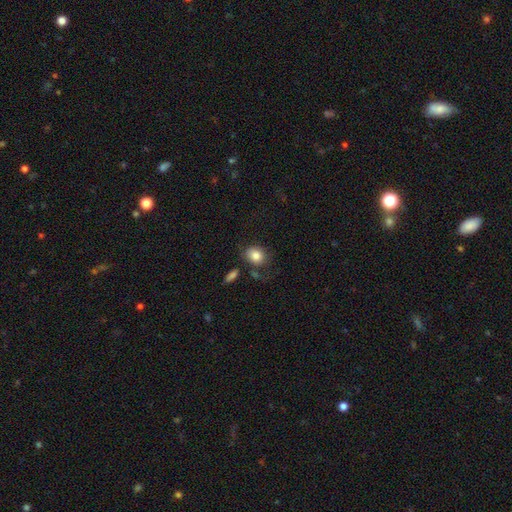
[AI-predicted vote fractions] This appears to be a smooth galaxy with no disk features (82%) that is round (61%). Merging: none (66%).